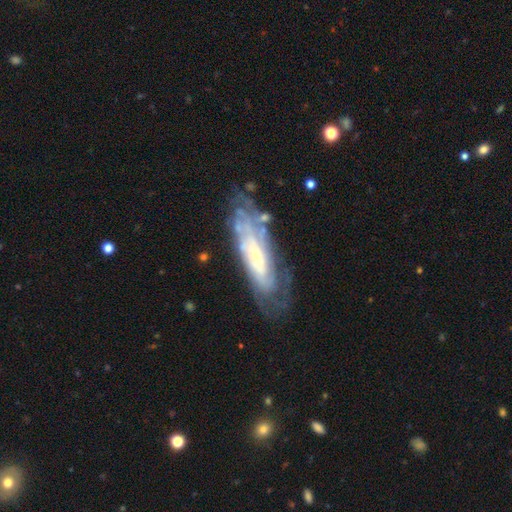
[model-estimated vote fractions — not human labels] The model was most divided on "merging": none: 64%, minor disturbance: 21%, major disturbance: 11%, merger: 4%. More confident: spiral arms — yes (82%); edge-on disk — no (81%); smooth or featured — featured or disk (77%); spiral winding — tight (73%); bar — no (73%); bulge size — small (73%); spiral arm count — can't tell (67%).